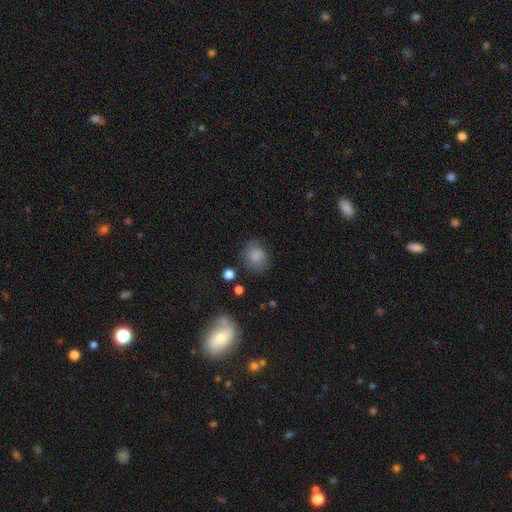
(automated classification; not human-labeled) Smooth or featured?
  - smooth: 81% *
  - star or artifact: 10%
  - featured or disk: 9%
How rounded?
  - round: 62% *
  - in between: 37%
  - cigar-shaped: 1%
Merging?
  - none: 72% *
  - minor disturbance: 19%
  - major disturbance: 6%
  - merger: 3%